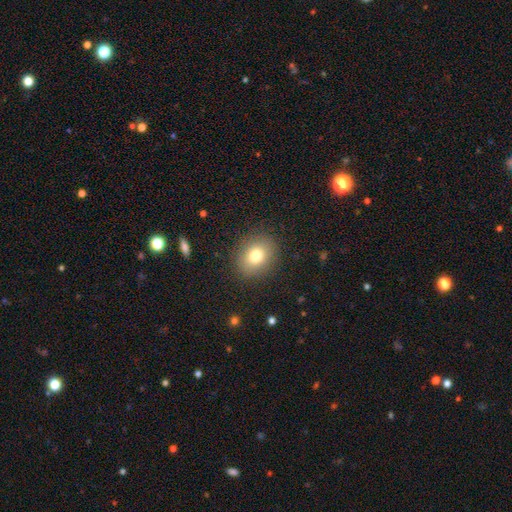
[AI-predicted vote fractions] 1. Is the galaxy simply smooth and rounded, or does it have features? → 78% smooth, 11% star or artifact, 10% featured or disk.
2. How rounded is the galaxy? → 55% round, 44% in between, 1% cigar-shaped.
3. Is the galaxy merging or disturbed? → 87% none, 8% minor disturbance, 3% major disturbance, 1% merger.